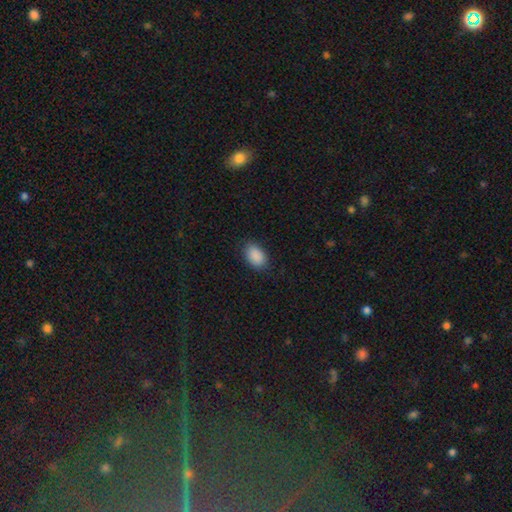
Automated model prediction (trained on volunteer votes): This is clearly a smooth galaxy (90%). How rounded: clearly in between (90%). Merging: clearly none (85%).